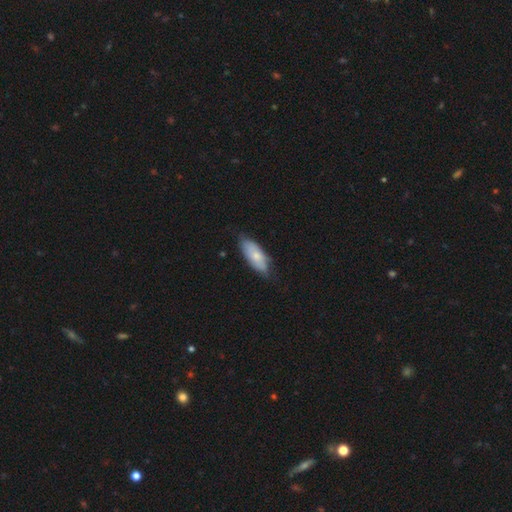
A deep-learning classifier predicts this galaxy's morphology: Smooth or featured: smooth — 69% (featured or disk — 26%)
How rounded: in between — 80% (cigar-shaped — 18%)
Merging: none — 69% (minor disturbance — 26%)